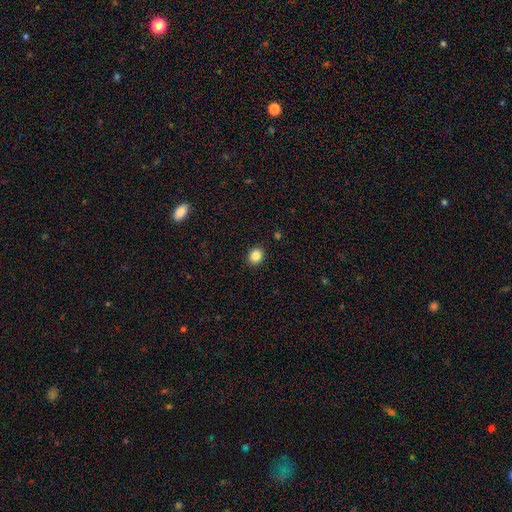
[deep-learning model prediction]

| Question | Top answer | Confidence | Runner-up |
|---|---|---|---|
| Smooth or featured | smooth | 85% | star or artifact (10%) |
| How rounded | round | 67% | in between (32%) |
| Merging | none | 91% | minor disturbance (6%) |